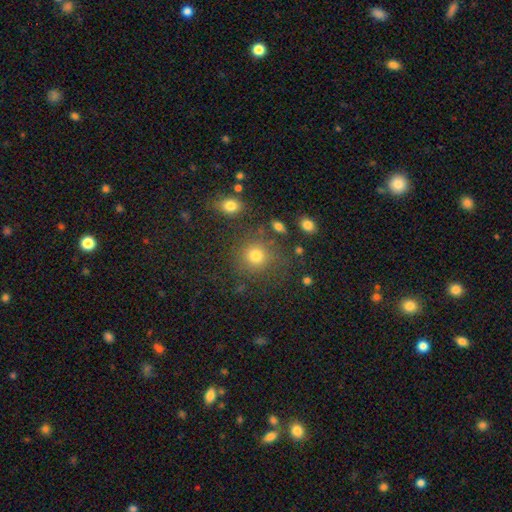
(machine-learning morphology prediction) This is likely a smooth galaxy (76%). How rounded: clearly round (88%). Merging: likely none (77%).